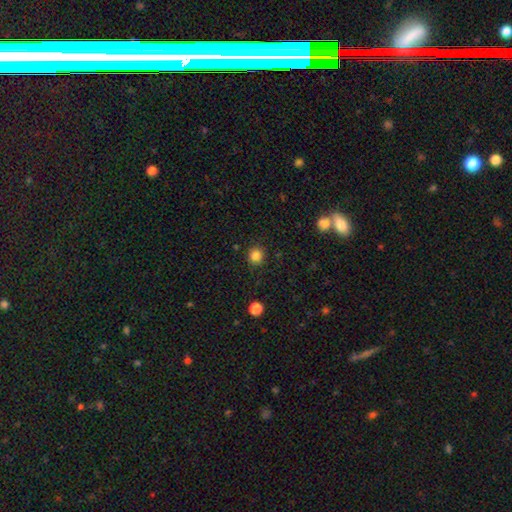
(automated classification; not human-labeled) smooth_or_featured: smooth (p=0.84) [alt: star or artifact p=0.12]
how_rounded: round (p=0.91) [alt: in between p=0.08]
merging: none (p=0.90) [alt: minor disturbance p=0.07]